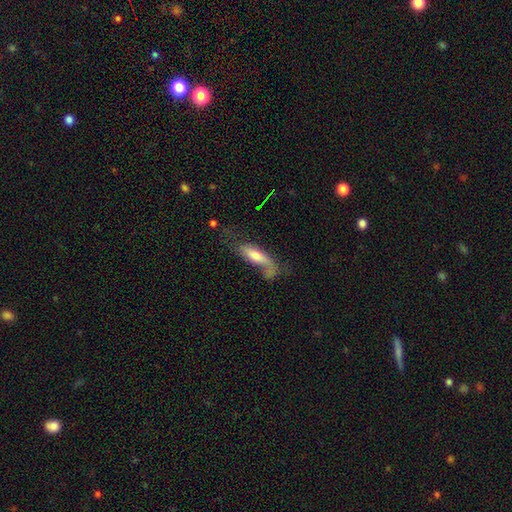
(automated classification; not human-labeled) Smooth or featured? smooth (53%)
How rounded? in between (55%)
Merging? major disturbance (36%)